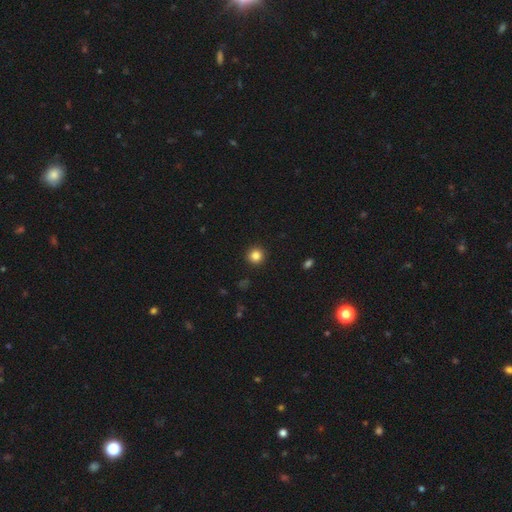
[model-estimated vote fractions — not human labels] This is clearly a smooth galaxy (84%). How rounded: clearly round (95%). Merging: clearly none (93%).